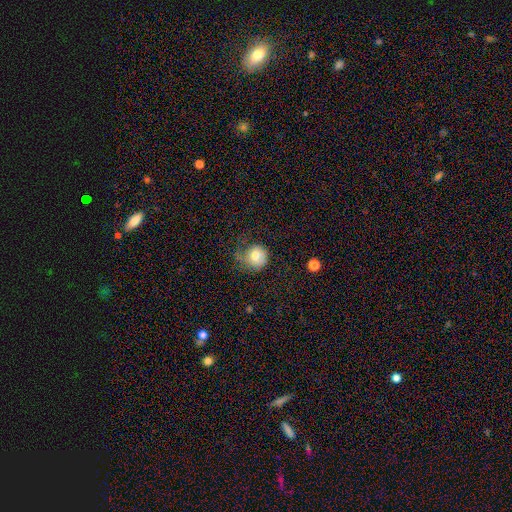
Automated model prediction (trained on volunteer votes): Q: Smooth or featured?
A: smooth (74%); runner-up: featured or disk (18%)
Q: How rounded?
A: round (84%); runner-up: in between (15%)
Q: Merging?
A: none (39%); runner-up: major disturbance (29%)